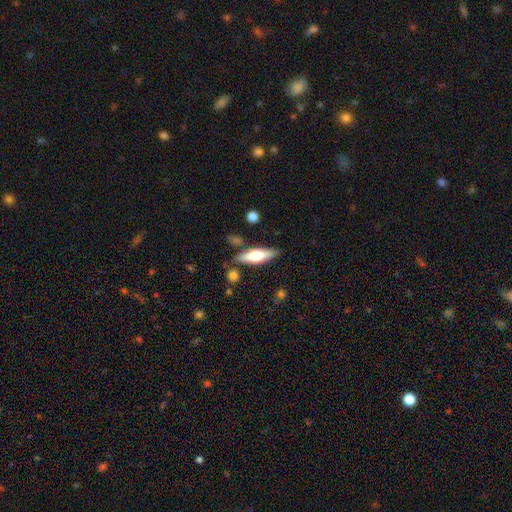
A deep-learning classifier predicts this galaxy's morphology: Q: Smooth or featured?
A: smooth (49%); runner-up: featured or disk (45%)
Q: Merging?
A: none (81%); runner-up: minor disturbance (12%)